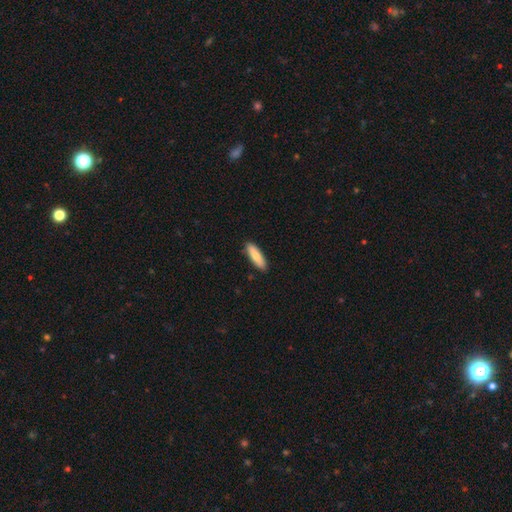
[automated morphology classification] Smooth or featured?
  - smooth: 80% *
  - featured or disk: 15%
  - star or artifact: 5%
How rounded?
  - cigar-shaped: 62% *
  - in between: 36%
  - round: 2%
Merging?
  - none: 89% *
  - minor disturbance: 8%
  - major disturbance: 2%
  - merger: 1%